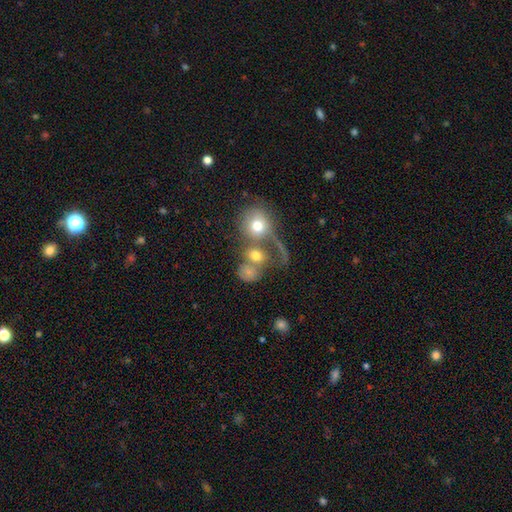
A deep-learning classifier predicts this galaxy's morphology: This appears to be a smooth galaxy with no disk features (64%) that is round (70%). Merging: merger (53%).